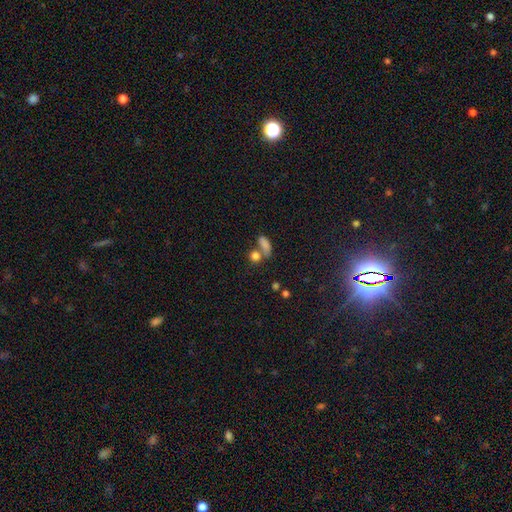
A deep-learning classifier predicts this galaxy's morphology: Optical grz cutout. It shows a smooth galaxy with no disk features (79%) that is round (59%). Merging: none (47%).